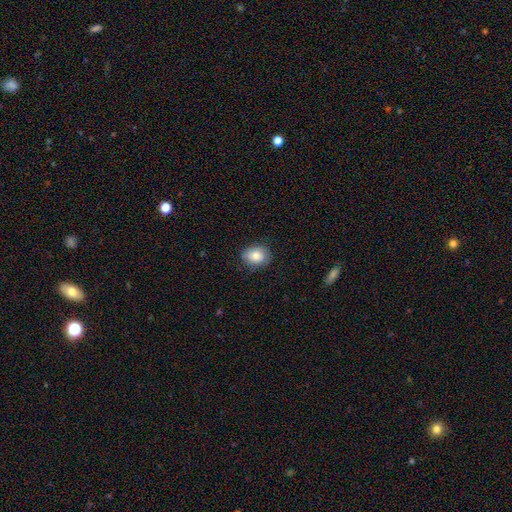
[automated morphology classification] A smooth galaxy with no disk features (81%) that is in between round and cigar-shaped (52%). Merging: none (81%).